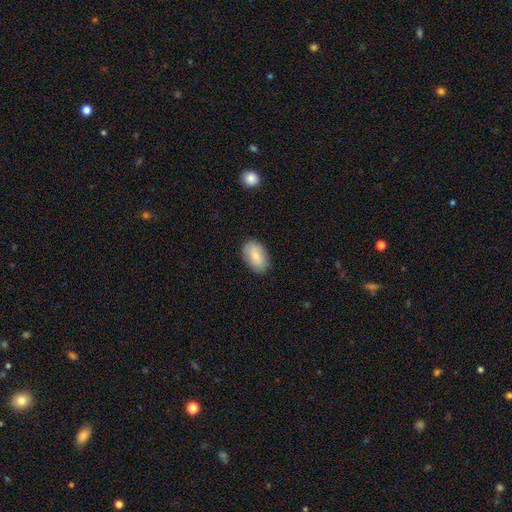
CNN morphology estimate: type=smooth (77%); roundness=in between (91%); merging=none (86%).